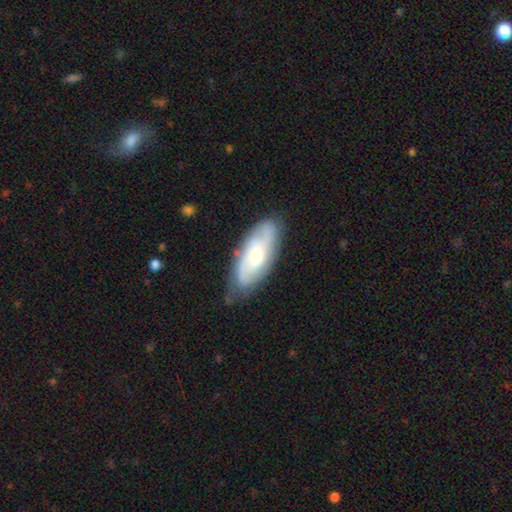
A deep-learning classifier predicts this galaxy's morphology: Smooth or featured?
  - featured or disk: 61% *
  - smooth: 33%
  - star or artifact: 6%
Edge-on disk?
  - no: 86% *
  - yes: 14%
Bar?
  - no: 69% *
  - weak: 25%
  - strong: 6%
Spiral arms?
  - yes: 78% *
  - no: 22%
Bulge size?
  - moderate: 66% *
  - small: 26%
  - large: 5%
  - none: 1%
  - dominant: 1%
Merging?
  - none: 77% *
  - minor disturbance: 18%
  - major disturbance: 4%
  - merger: 1%